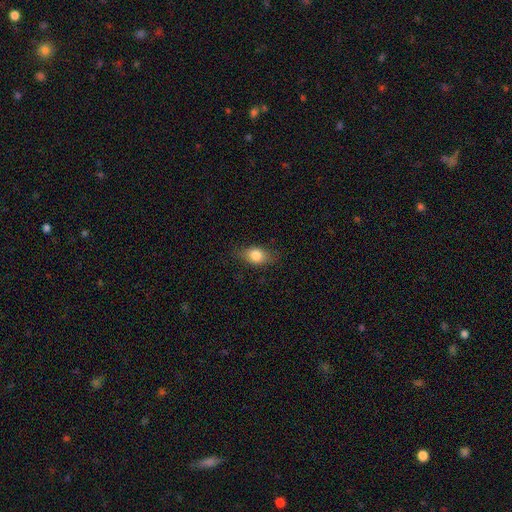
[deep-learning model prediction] Smooth or featured?
  - smooth: 80% *
  - featured or disk: 12%
  - star or artifact: 8%
How rounded?
  - in between: 76% *
  - round: 20%
  - cigar-shaped: 4%
Merging?
  - none: 78% *
  - minor disturbance: 17%
  - major disturbance: 4%
  - merger: 1%